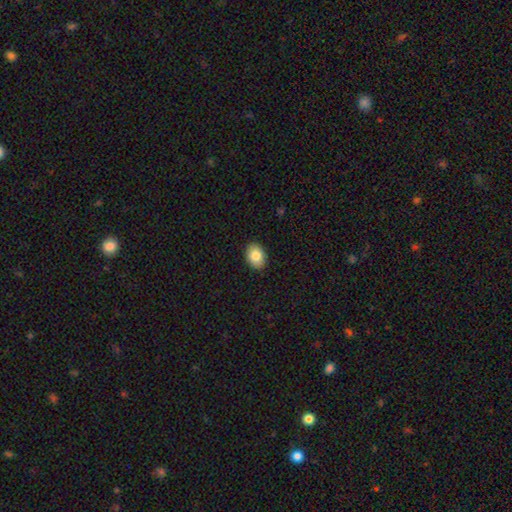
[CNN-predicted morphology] The model was most divided on "how rounded": in between: 76%, round: 23%, cigar-shaped: 1%. More confident: merging — none (91%); smooth or featured — smooth (84%).